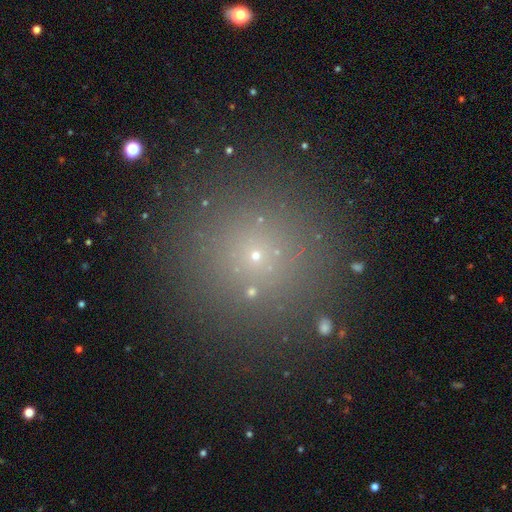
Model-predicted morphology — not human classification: smooth_or_featured: smooth (p=0.59) [alt: star or artifact p=0.32]
how_rounded: round (p=0.96) [alt: in between p=0.03]
merging: none (p=0.89) [alt: minor disturbance p=0.06]